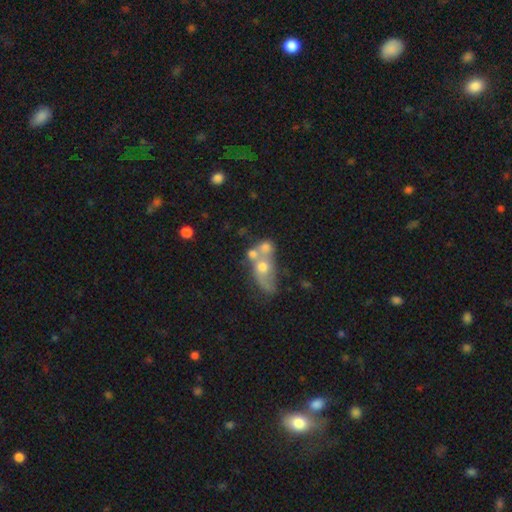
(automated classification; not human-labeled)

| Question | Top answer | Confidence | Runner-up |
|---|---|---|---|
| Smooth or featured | featured or disk | 45% | smooth (41%) |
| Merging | merger | 56% | none (22%) |